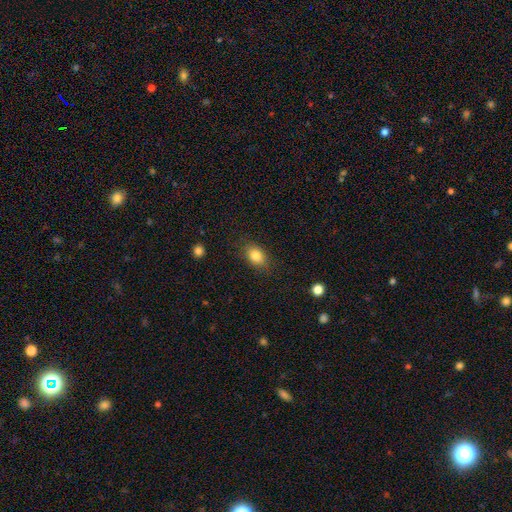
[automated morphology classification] This appears to be a smooth galaxy with no disk features (84%) that is in between round and cigar-shaped (82%). Merging: none (84%).